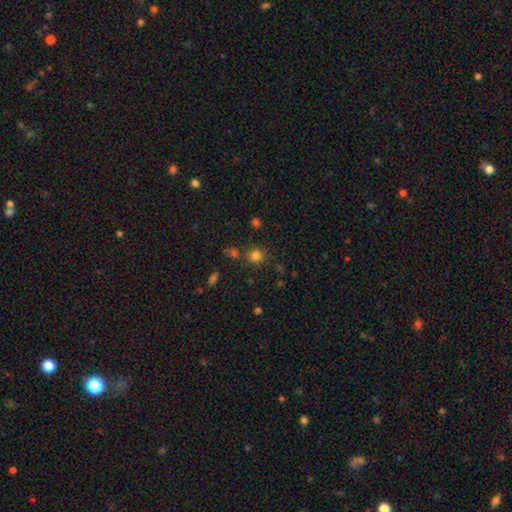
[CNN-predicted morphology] smooth 79%, star or artifact 16%, featured or disk 5%. Down the decision tree: how rounded — round (88%); merging — none (79%).